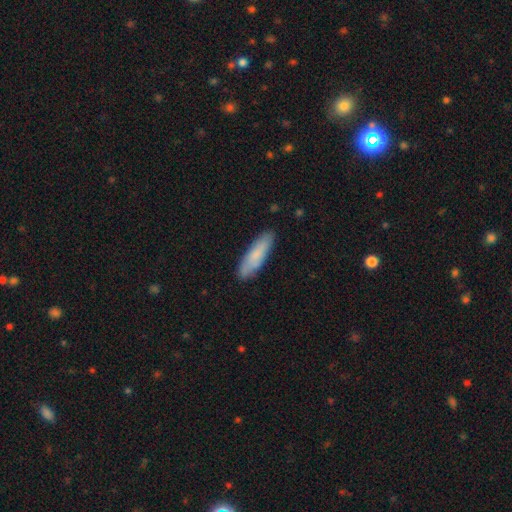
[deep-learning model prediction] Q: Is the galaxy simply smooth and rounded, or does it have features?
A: smooth — 77%.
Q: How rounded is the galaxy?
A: cigar-shaped — 64%.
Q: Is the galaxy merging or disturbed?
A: none — 84%.